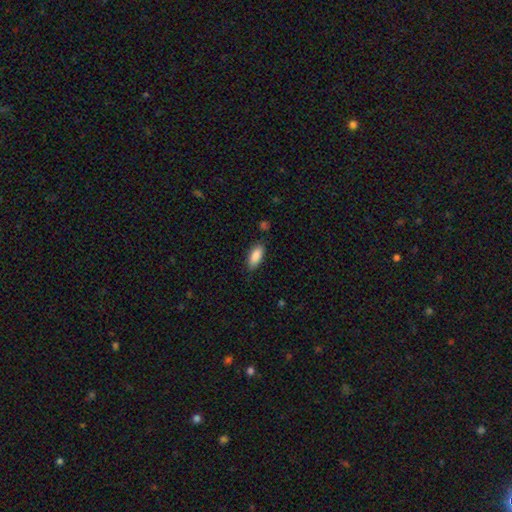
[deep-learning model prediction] smooth-or-featured: smooth: 88% | star or artifact: 6% | featured or disk: 6%
  how-rounded: in between: 84% | cigar-shaped: 15% | round: 2%
  merging: none: 83% | minor disturbance: 13% | major disturbance: 2% | merger: 2%